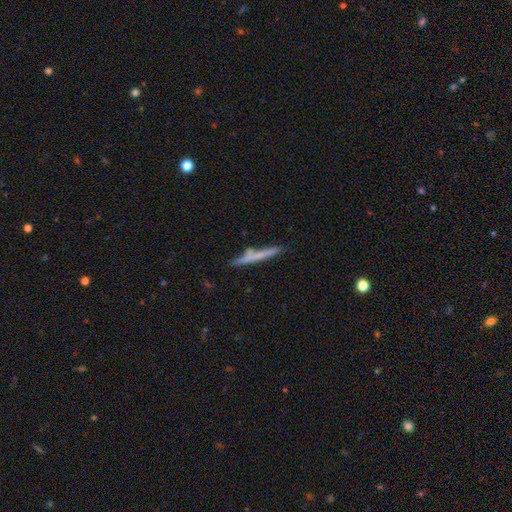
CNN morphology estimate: A smooth galaxy with no disk features (52%) that is cigar-shaped (95%). Merging: none (76%).